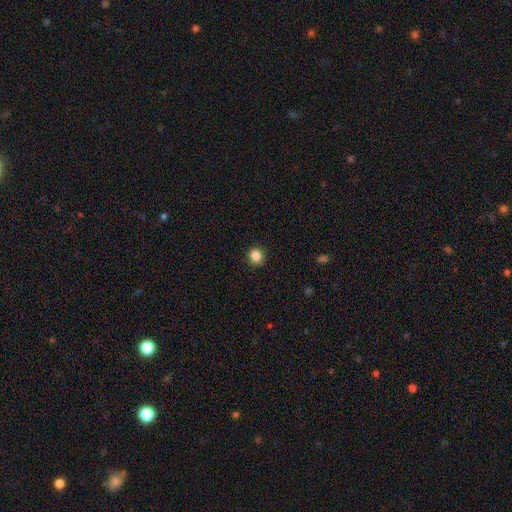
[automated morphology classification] Overall: smooth (86%). How rounded: round (84%). Merging: none (91%).